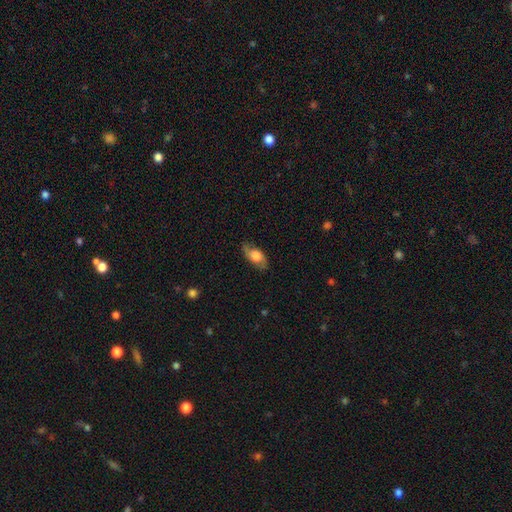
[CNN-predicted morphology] smooth_or_featured: smooth (p=0.65) [alt: featured or disk p=0.28]
how_rounded: in between (p=0.87) [alt: cigar-shaped p=0.08]
merging: none (p=0.74) [alt: minor disturbance p=0.20]